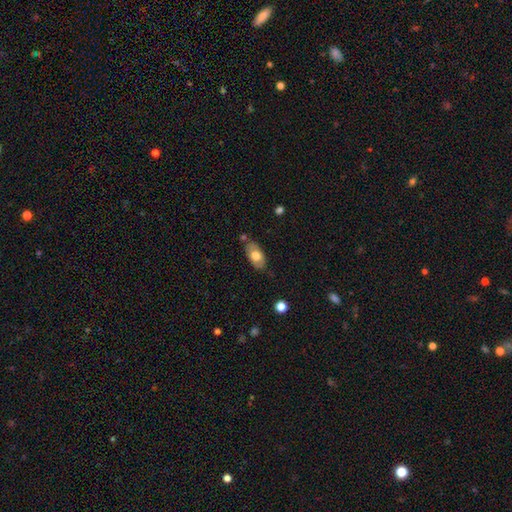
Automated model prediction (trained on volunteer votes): Smooth or featured: smooth — 70% (featured or disk — 24%)
How rounded: in between — 92% (round — 4%)
Merging: none — 75% (minor disturbance — 17%)